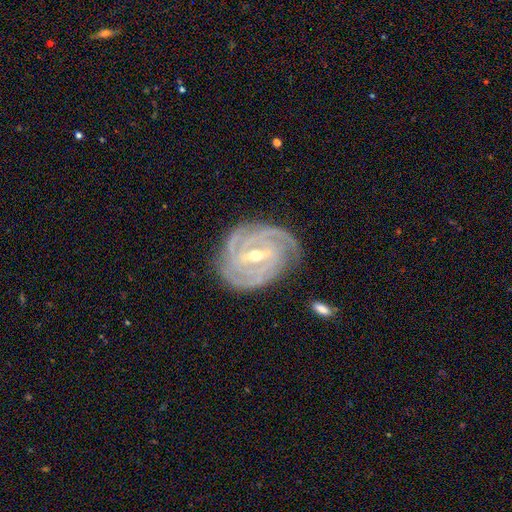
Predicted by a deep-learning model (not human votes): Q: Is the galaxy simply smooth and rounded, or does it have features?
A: featured or disk — 92%.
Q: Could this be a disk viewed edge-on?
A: no — 97%.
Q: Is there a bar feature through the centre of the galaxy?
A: strong — 51%.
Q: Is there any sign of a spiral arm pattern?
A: yes — 98%.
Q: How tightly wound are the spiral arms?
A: tight — 79%.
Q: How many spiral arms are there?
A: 3 — 34%.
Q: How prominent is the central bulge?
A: moderate — 51%.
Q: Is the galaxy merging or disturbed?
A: none — 80%.